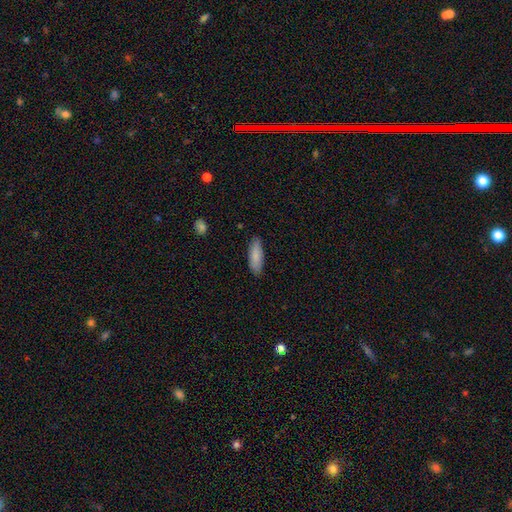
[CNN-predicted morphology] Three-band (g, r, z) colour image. It shows a smooth galaxy with no disk features (84%) that is in between round and cigar-shaped (55%). Merging: none (85%).